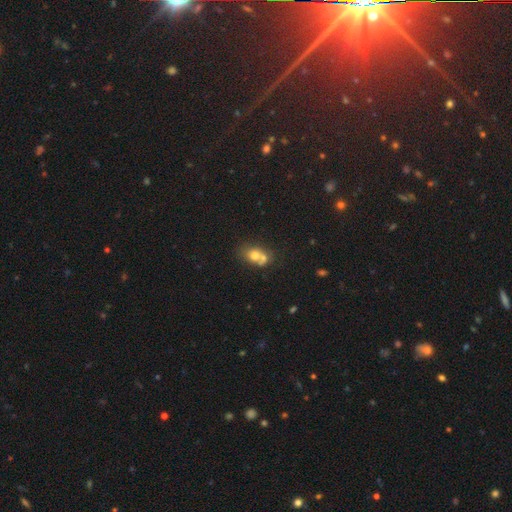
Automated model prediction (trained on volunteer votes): This appears to be a smooth galaxy with no disk features (67%) that is in between round and cigar-shaped (51%). Merging: merger (53%).